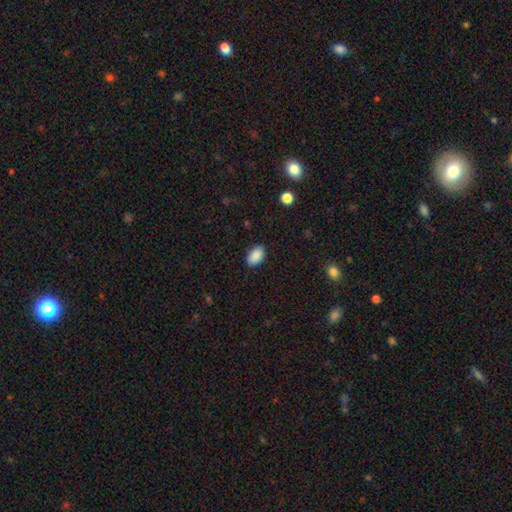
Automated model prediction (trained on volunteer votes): Smooth or featured?
  - smooth: 89% *
  - star or artifact: 7%
  - featured or disk: 4%
How rounded?
  - in between: 92% *
  - round: 7%
  - cigar-shaped: 1%
Merging?
  - none: 87% *
  - minor disturbance: 10%
  - major disturbance: 2%
  - merger: 1%